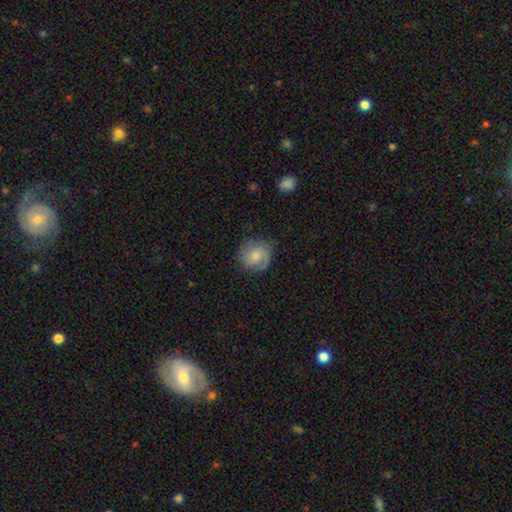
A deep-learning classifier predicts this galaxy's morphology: A featured or disk galaxy (54%) with no bar (65%), spiral arms (90%) and a moderate central bulge (49%).

Vote fractions:
- Smooth or featured? featured or disk: 54% / smooth: 39% / star or artifact: 7%
- Edge-on disk? no: 98% / yes: 2%
- Bar? no: 65% / weak: 31% / strong: 4%
- Spiral arms? yes: 90% / no: 10%
- Bulge size? moderate: 49% / small: 36% / none: 8% / large: 7% / dominant: 1%
- Merging? none: 73% / minor disturbance: 19% / major disturbance: 7% / merger: 1%